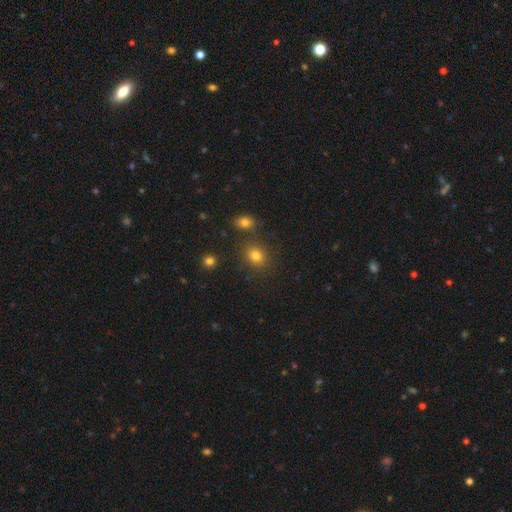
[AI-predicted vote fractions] This appears to be a smooth galaxy with no disk features (80%) that is round (62%). Merging: none (78%).